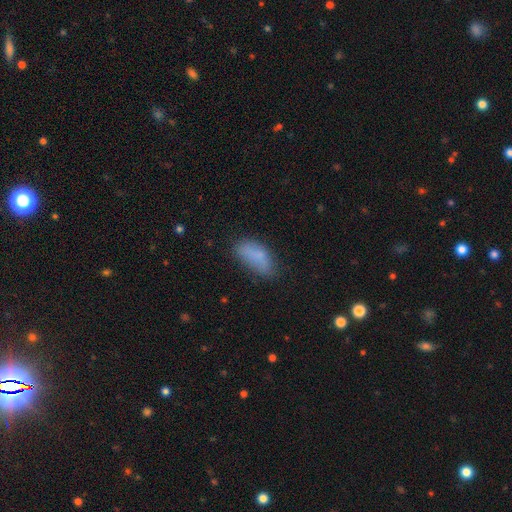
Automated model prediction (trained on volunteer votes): Smooth or featured?
  - smooth: 78% *
  - featured or disk: 13%
  - star or artifact: 9%
How rounded?
  - in between: 86% *
  - cigar-shaped: 11%
  - round: 3%
Merging?
  - none: 56% *
  - minor disturbance: 28%
  - major disturbance: 11%
  - merger: 4%